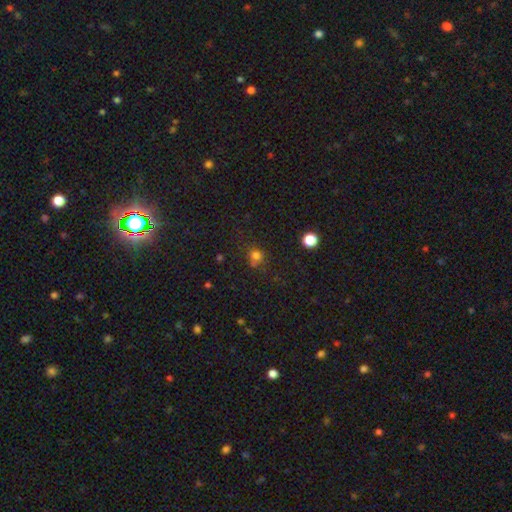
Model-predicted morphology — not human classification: smooth-or-featured: smooth: 71% | star or artifact: 21% | featured or disk: 8%
  how-rounded: round: 80% | in between: 19% | cigar-shaped: 1%
  merging: none: 59% | merger: 20% | minor disturbance: 15% | major disturbance: 7%